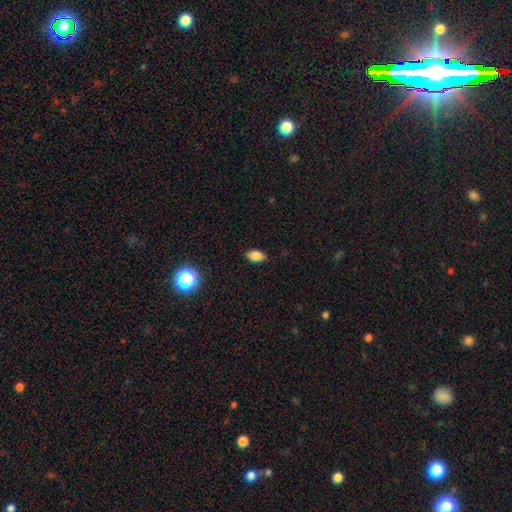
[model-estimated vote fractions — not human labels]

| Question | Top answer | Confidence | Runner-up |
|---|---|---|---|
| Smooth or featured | smooth | 82% | star or artifact (11%) |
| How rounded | in between | 89% | round (9%) |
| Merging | none | 87% | minor disturbance (10%) |